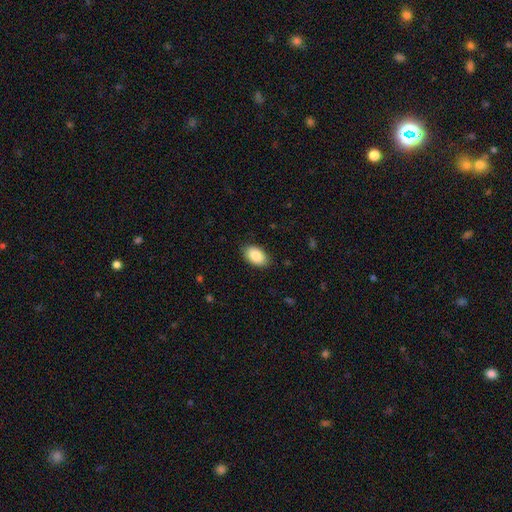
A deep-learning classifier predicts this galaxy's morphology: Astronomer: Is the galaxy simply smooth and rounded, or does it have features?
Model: smooth — 88%.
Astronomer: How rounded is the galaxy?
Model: in between — 92%.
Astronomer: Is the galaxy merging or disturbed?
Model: none — 86%.